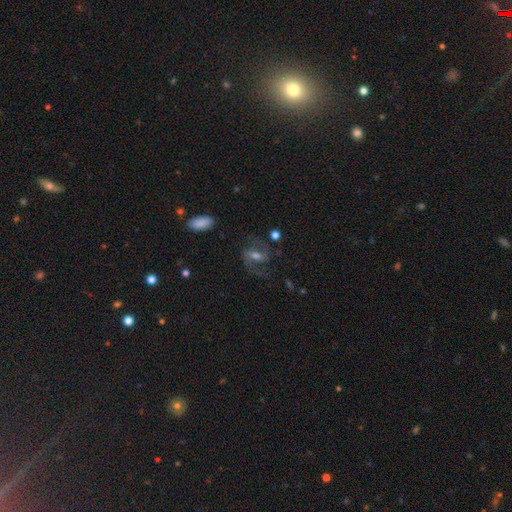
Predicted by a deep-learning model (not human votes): Smooth or featured? Predicted: featured or disk (p=0.82). Edge-on disk? Predicted: no (p=0.97). Bar? Predicted: weak (p=0.47). Spiral arms? Predicted: yes (p=0.95). Spiral winding? Predicted: medium (p=0.57). Spiral arm count? Predicted: 2 (p=0.91). Bulge size? Predicted: moderate (p=0.56). Merging? Predicted: none (p=0.74).